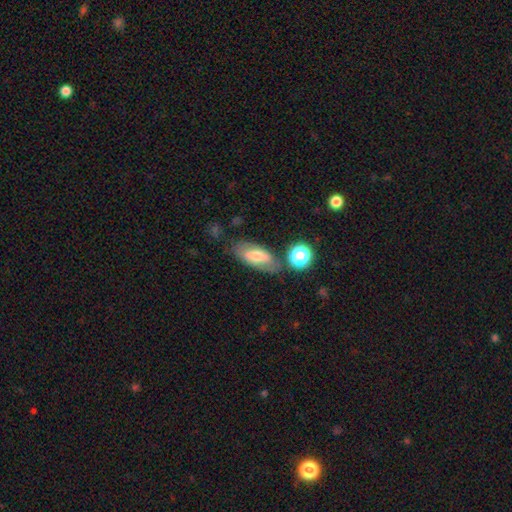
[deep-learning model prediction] smooth_or_featured: smooth (p=0.50) [alt: featured or disk p=0.40]
how_rounded: in between (p=0.81) [alt: cigar-shaped p=0.15]
merging: none (p=0.67) [alt: minor disturbance p=0.18]